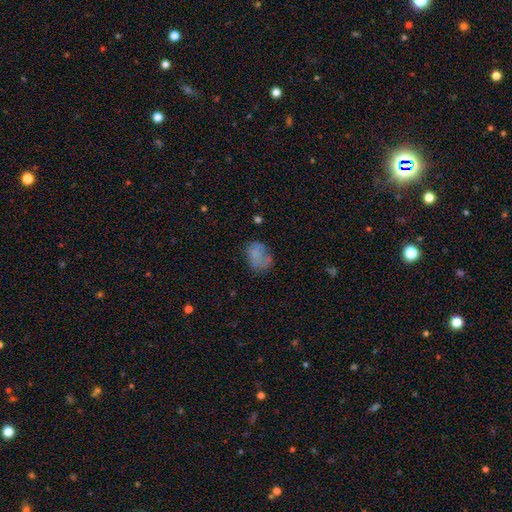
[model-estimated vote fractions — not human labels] A smooth galaxy with no disk features (66%) that is in between round and cigar-shaped (68%). Merging: none (52%).